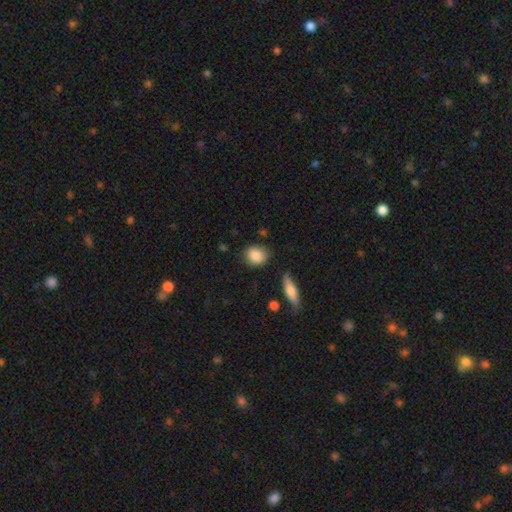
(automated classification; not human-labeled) Smooth or featured: smooth — 87% (star or artifact — 7%)
How rounded: round — 67% (in between — 31%)
Merging: none — 81% (minor disturbance — 13%)